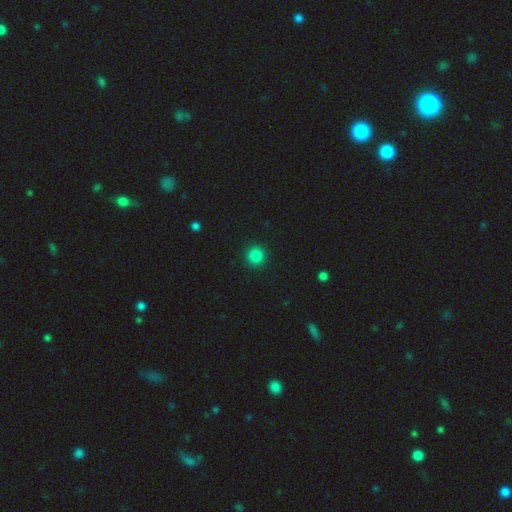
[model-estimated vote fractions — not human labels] Q: Smooth or featured?
A: smooth (85%); runner-up: star or artifact (12%)
Q: How rounded?
A: round (95%); runner-up: in between (4%)
Q: Merging?
A: none (93%); runner-up: minor disturbance (5%)